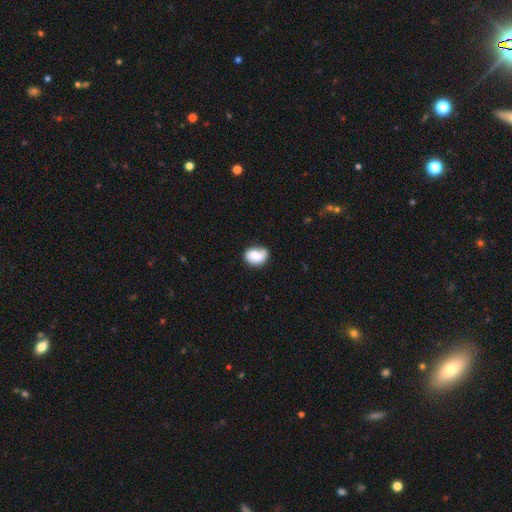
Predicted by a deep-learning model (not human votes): Q: Smooth or featured?
A: smooth (66%); runner-up: featured or disk (26%)
Q: How rounded?
A: in between (60%); runner-up: round (39%)
Q: Merging?
A: none (55%); runner-up: minor disturbance (30%)